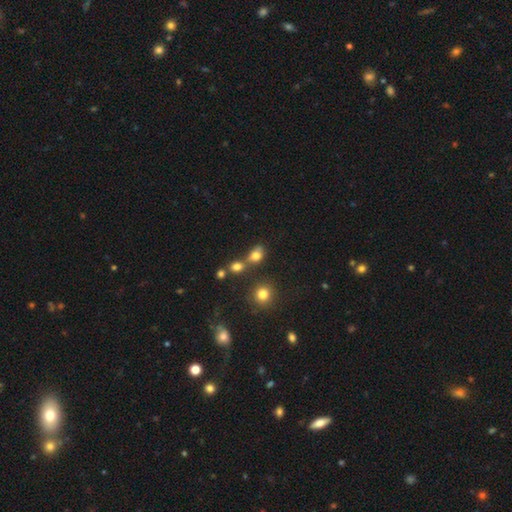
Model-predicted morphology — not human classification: This appears to be a smooth galaxy with no disk features (76%) that is in between round and cigar-shaped (52%). Merging: none (44%).